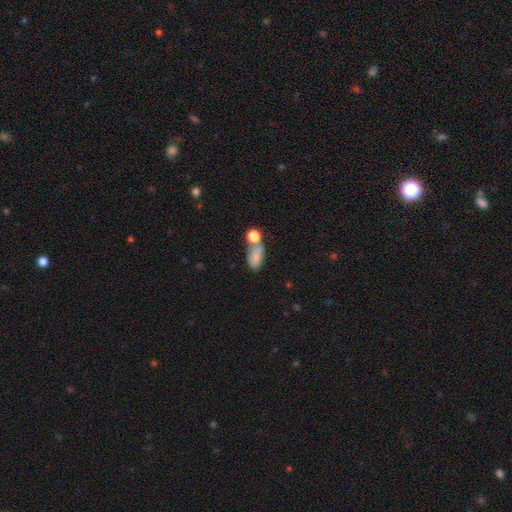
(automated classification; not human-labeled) Smooth or featured? smooth (73%)
How rounded? in between (84%)
Merging? merger (38%)